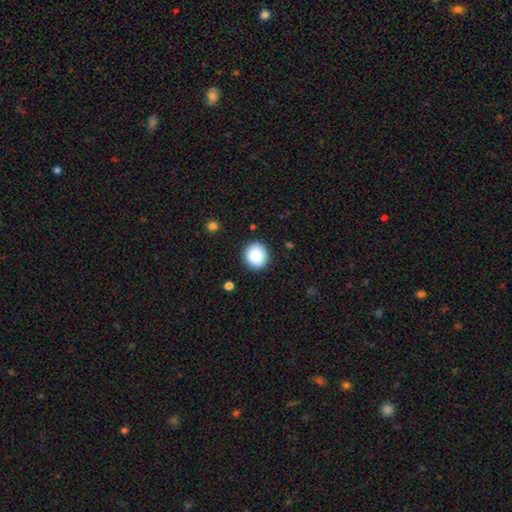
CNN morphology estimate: smooth 86%, star or artifact 8%, featured or disk 6%. Down the decision tree: how rounded — round (81%); merging — none (90%).